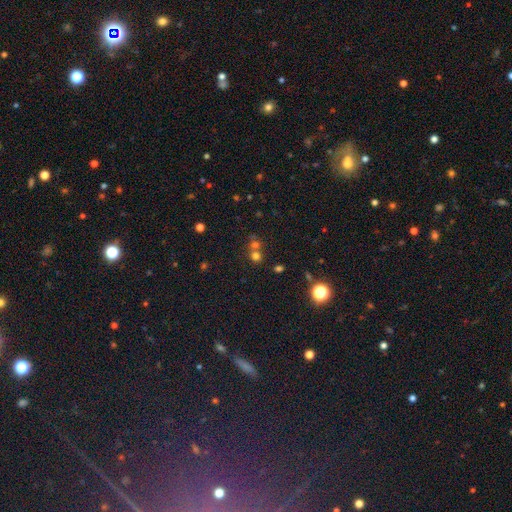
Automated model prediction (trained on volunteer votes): smooth 62%, star or artifact 28%, featured or disk 10%. Down the decision tree: how rounded — round (85%); merging — none (50%).